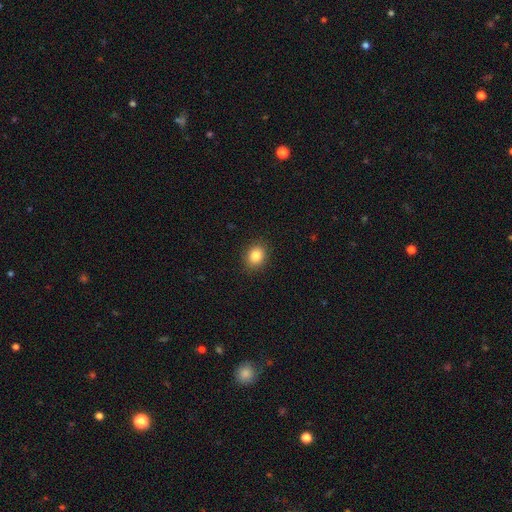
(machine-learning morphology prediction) Overall: smooth (85%). How rounded: round (57%; in between 42%). Merging: none (89%).